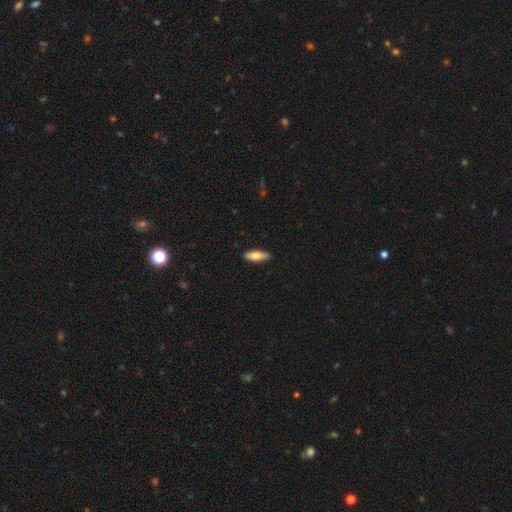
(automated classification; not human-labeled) Q: Smooth or featured?
A: smooth (73%); runner-up: featured or disk (21%)
Q: How rounded?
A: in between (54%); runner-up: cigar-shaped (44%)
Q: Merging?
A: none (88%); runner-up: minor disturbance (9%)